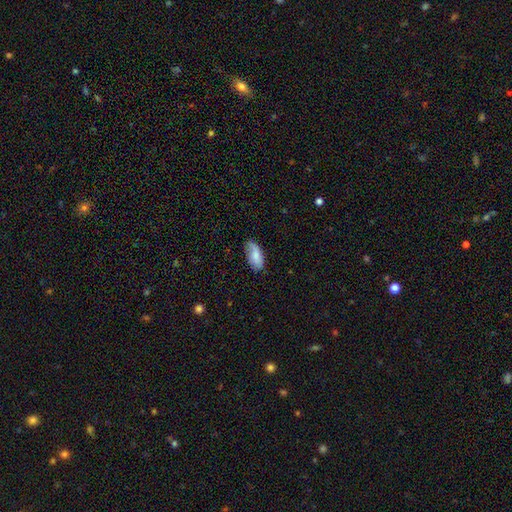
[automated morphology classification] Smooth or featured: smooth — 77% (featured or disk — 16%)
How rounded: in between — 91% (cigar-shaped — 7%)
Merging: none — 70% (minor disturbance — 23%)